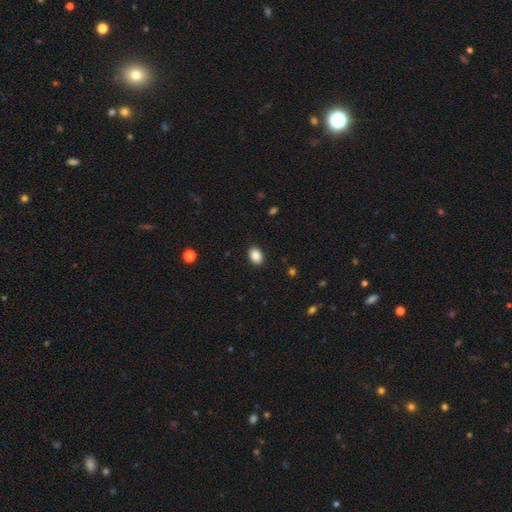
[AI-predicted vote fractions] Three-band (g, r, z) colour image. It shows a smooth galaxy with no disk features (88%) that is in between round and cigar-shaped (74%). Merging: none (90%).